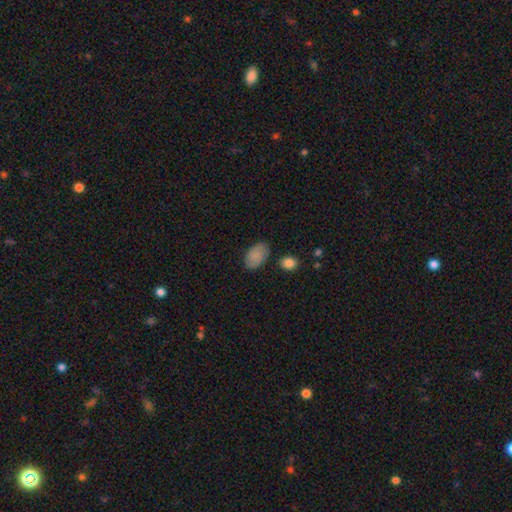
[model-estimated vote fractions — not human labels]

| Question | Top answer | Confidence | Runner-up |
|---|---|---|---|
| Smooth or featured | smooth | 78% | featured or disk (13%) |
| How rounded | in between | 89% | round (9%) |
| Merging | none | 74% | minor disturbance (18%) |